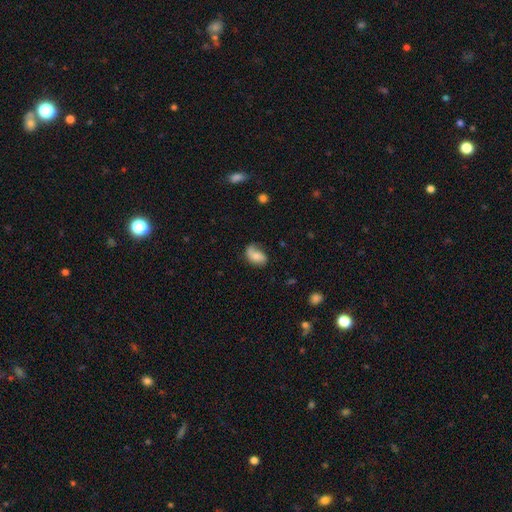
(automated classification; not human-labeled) The model was most divided on "merging": none: 52%, minor disturbance: 31%, major disturbance: 15%, merger: 3%. More confident: how rounded — in between (89%); smooth or featured — smooth (63%).